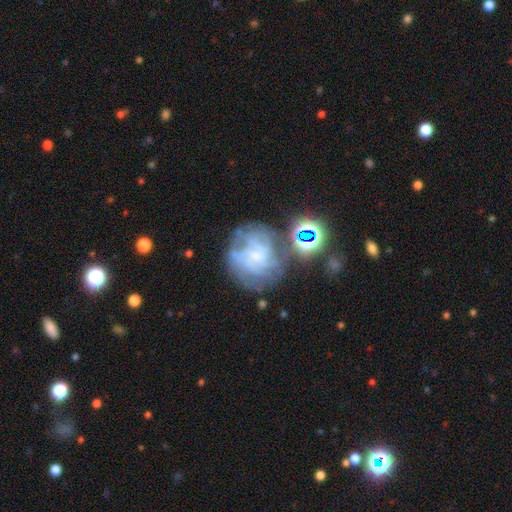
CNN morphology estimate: A featured or disk galaxy (66%) with no bar (68%), tight (60%) spiral arms (82%) and a small central bulge (64%).

Vote fractions:
- Smooth or featured? featured or disk: 66% / smooth: 17% / star or artifact: 16%
- Edge-on disk? no: 97% / yes: 3%
- Bar? no: 68% / weak: 26% / strong: 6%
- Spiral arms? yes: 82% / no: 18%
- Spiral winding? tight: 60% / medium: 29% / loose: 11%
- Spiral arm count? can't tell: 52% / 4: 13% / 3: 12% / 2: 9% / more than 4: 9% / 1: 5%
- Bulge size? small: 64% / moderate: 17% / none: 15% / large: 2% / dominant: 1%
- Merging? none: 59% / minor disturbance: 17% / major disturbance: 13% / merger: 11%